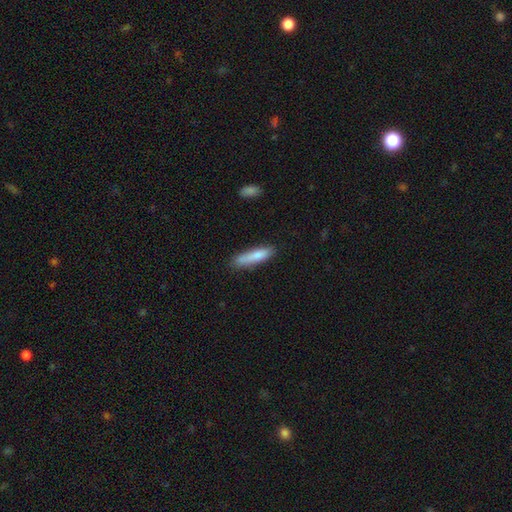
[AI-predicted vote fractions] This appears to be a smooth galaxy with no disk features (79%) that is cigar-shaped (79%). Merging: none (73%).